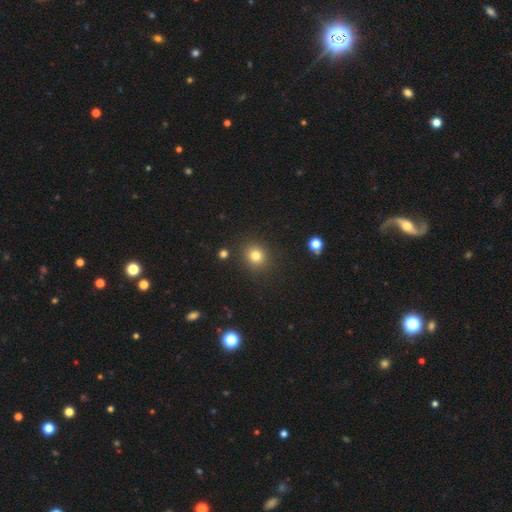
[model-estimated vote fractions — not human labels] Overall: smooth (80%). How rounded: round (79%). Merging: none (86%).